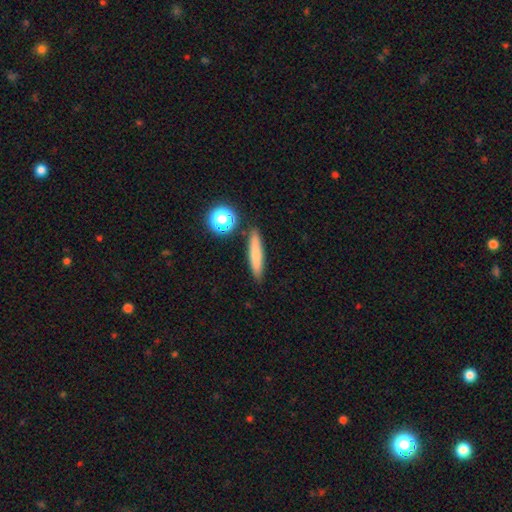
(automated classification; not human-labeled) This is likely a smooth galaxy (71%). How rounded: clearly cigar-shaped (84%). Merging: clearly none (85%).